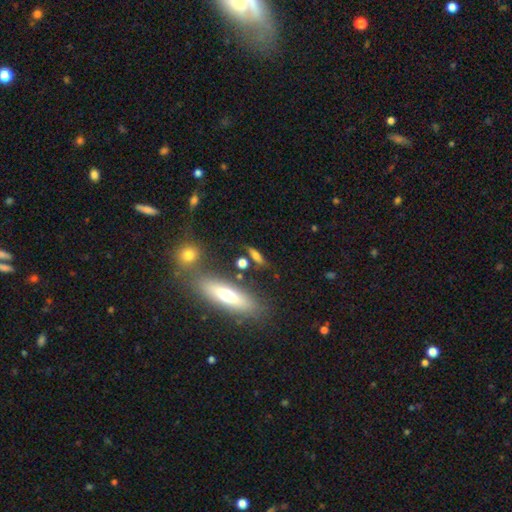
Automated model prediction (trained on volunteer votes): This appears to be a smooth galaxy with no disk features (62%) that is cigar-shaped (52%). Merging: none (70%).